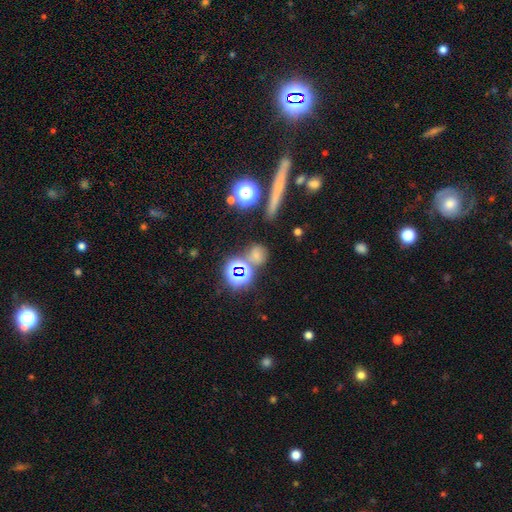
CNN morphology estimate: smooth 53%, star or artifact 36%, featured or disk 11%. Down the decision tree: how rounded — round (75%); merging — none (69%).